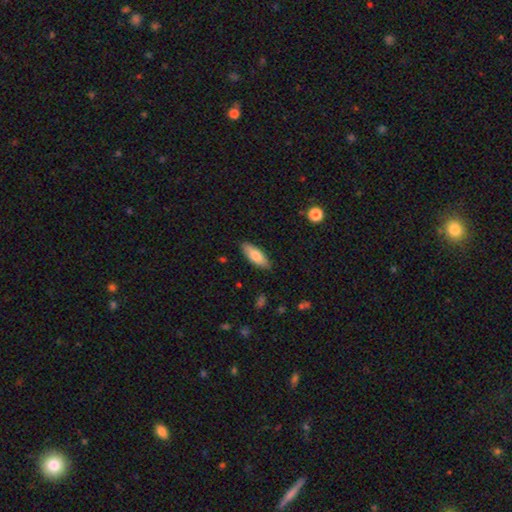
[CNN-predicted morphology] smooth 76%, featured or disk 18%, star or artifact 6%. Down the decision tree: how rounded — in between (66%); merging — none (87%).